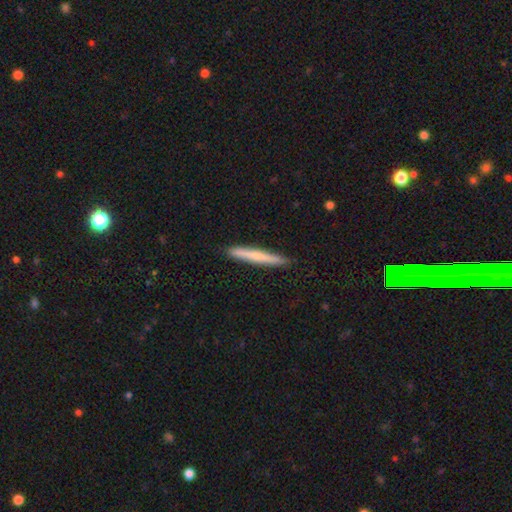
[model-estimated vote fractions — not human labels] The model was most divided on "smooth or featured": smooth: 66%, featured or disk: 28%, star or artifact: 6%. More confident: how rounded — cigar-shaped (96%); merging — none (91%).